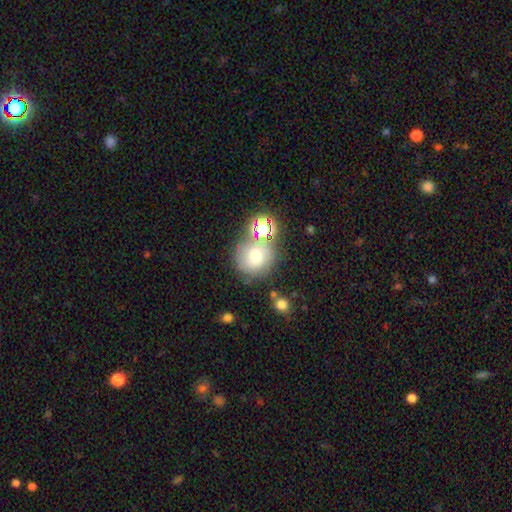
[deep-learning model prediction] Morphology: type=smooth (55%); roundness=round (82%); merging=none (60%).